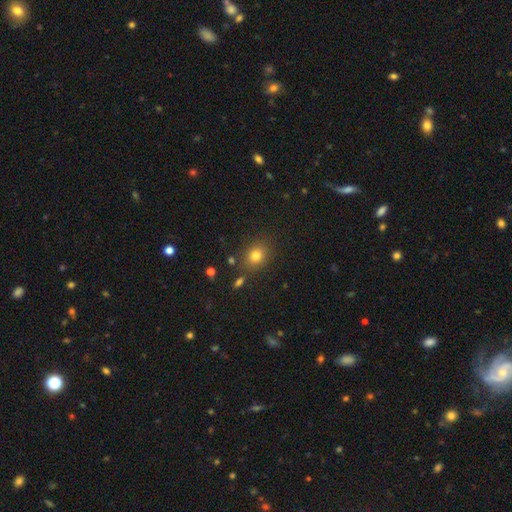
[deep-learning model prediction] Smooth or featured?
  - smooth: 79% *
  - star or artifact: 13%
  - featured or disk: 8%
How rounded?
  - round: 54% *
  - in between: 45%
  - cigar-shaped: 1%
Merging?
  - none: 79% *
  - minor disturbance: 12%
  - merger: 5%
  - major disturbance: 4%